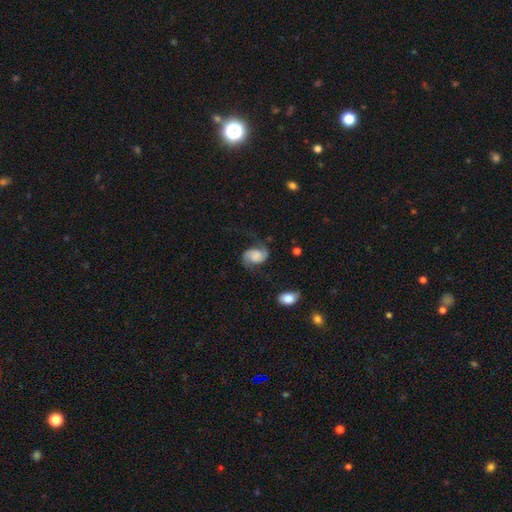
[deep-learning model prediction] This appears to be a featured or disk galaxy (68%) with no bar (66%), 2 (90%) loose (47%) spiral arms (94%) and no central bulge (39%). Merging: none (58%).